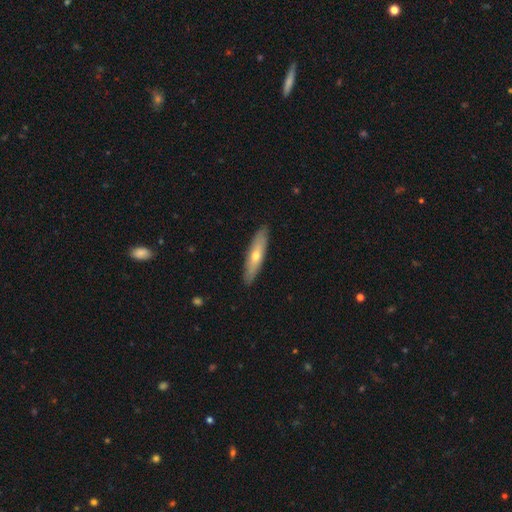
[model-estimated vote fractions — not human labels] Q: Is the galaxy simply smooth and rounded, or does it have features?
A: smooth — 50%.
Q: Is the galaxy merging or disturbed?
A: none — 89%.